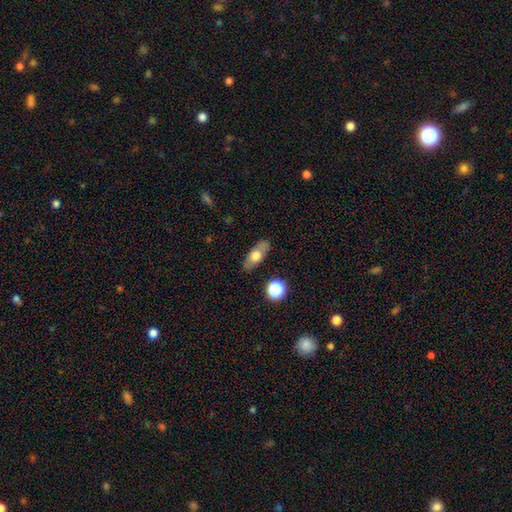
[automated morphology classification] type=smooth (64%); roundness=in between (76%); merging=none (82%).